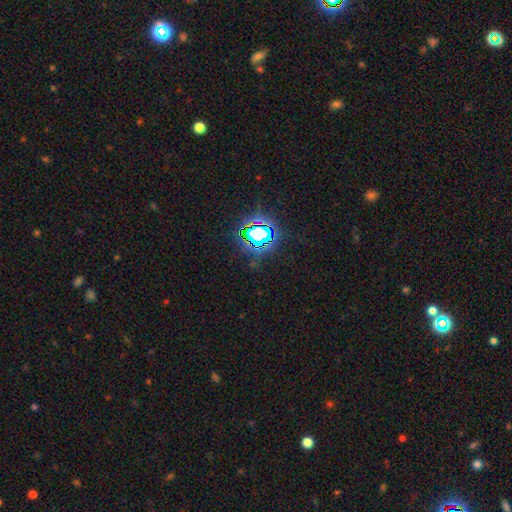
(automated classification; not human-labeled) Smooth or featured? star or artifact (81%)